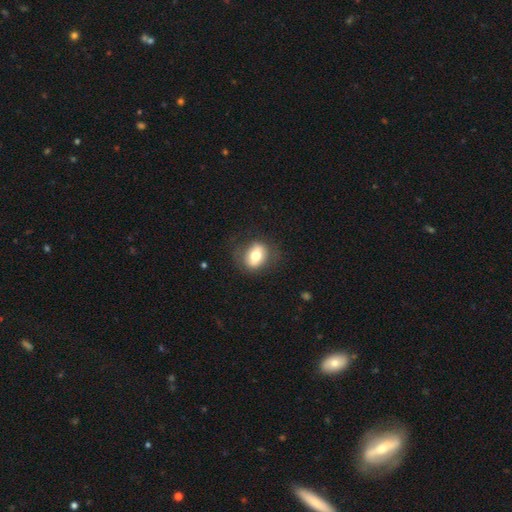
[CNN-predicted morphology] Q: Smooth or featured?
A: smooth (65%); runner-up: featured or disk (27%)
Q: How rounded?
A: in between (60%); runner-up: round (39%)
Q: Merging?
A: none (76%); runner-up: minor disturbance (16%)